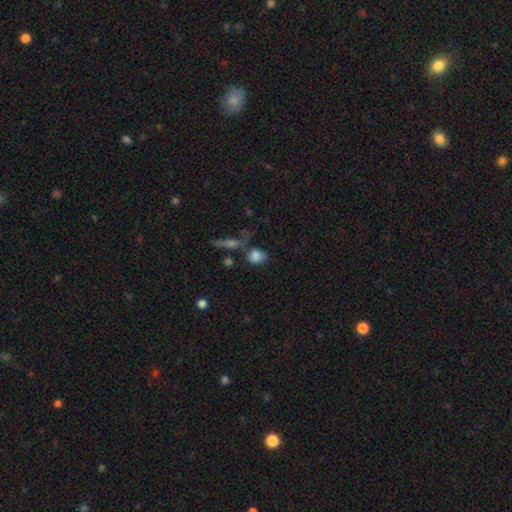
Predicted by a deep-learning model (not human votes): smooth 77%, featured or disk 12%, star or artifact 11%. Down the decision tree: how rounded — in between (55%); merging — none (42%).